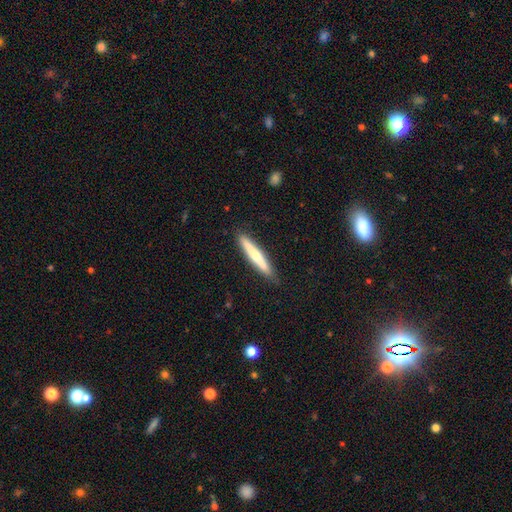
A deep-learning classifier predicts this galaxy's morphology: smooth 55%, featured or disk 40%, star or artifact 5%. Down the decision tree: how rounded — cigar-shaped (94%); merging — none (89%).